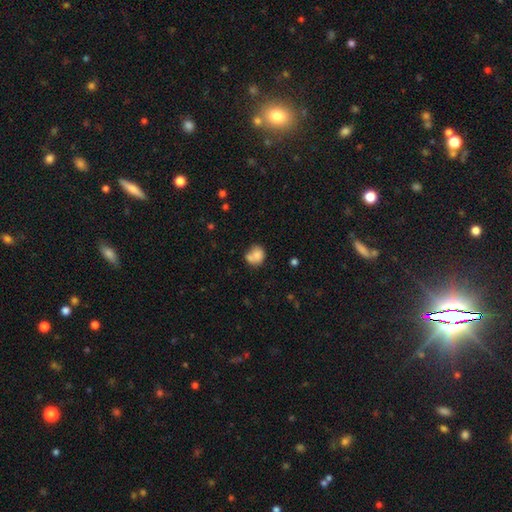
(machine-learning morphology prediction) Q: Smooth or featured?
A: smooth (77%); runner-up: featured or disk (14%)
Q: How rounded?
A: round (65%); runner-up: in between (34%)
Q: Merging?
A: merger (41%); runner-up: none (37%)